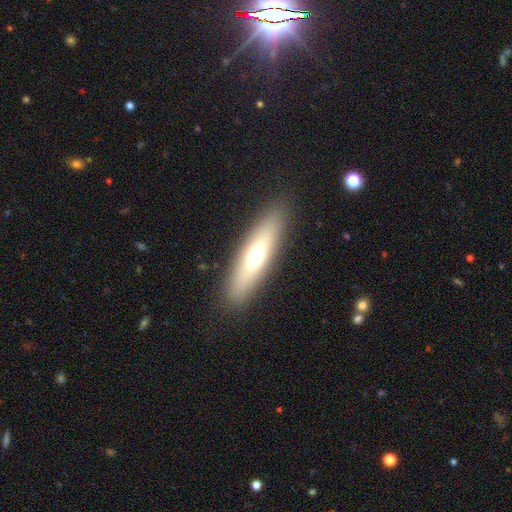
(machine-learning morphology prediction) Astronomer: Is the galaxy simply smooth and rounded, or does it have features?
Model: smooth — 58% (runner-up: featured or disk, 35%).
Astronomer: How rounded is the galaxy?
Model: cigar-shaped — 62%.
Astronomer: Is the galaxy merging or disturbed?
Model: none — 88%.